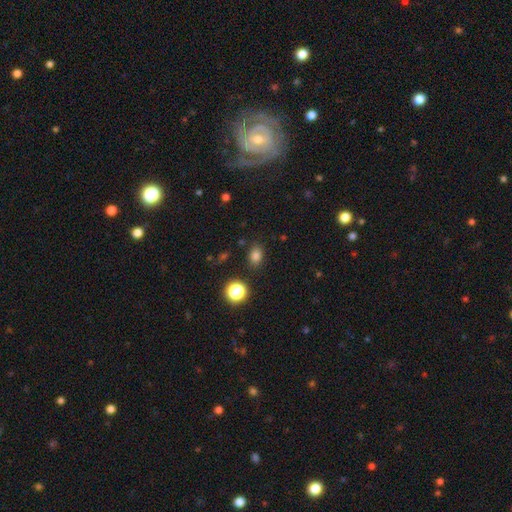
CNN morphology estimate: type=smooth (79%); roundness=in between (68%); merging=none (83%).